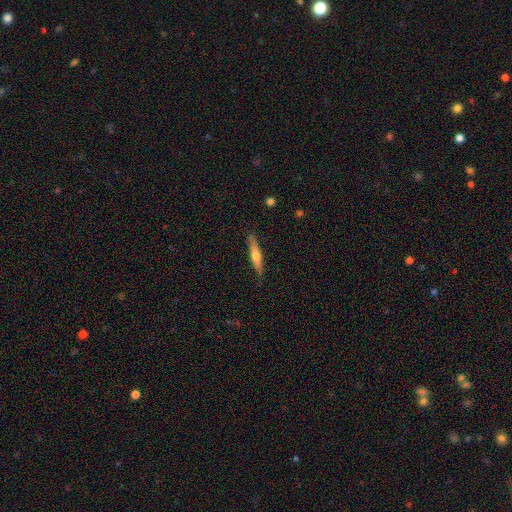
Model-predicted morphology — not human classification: smooth_or_featured: featured or disk (p=0.48) [alt: smooth p=0.47]
merging: none (p=0.86) [alt: minor disturbance p=0.10]